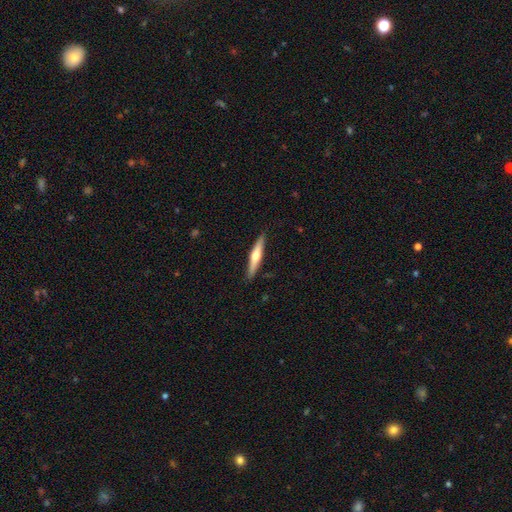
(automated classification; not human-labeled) featured or disk 56%, smooth 39%, star or artifact 5%. Down the decision tree: edge-on disk — yes (96%); edge-on bulge — rounded (90%); merging — none (90%).